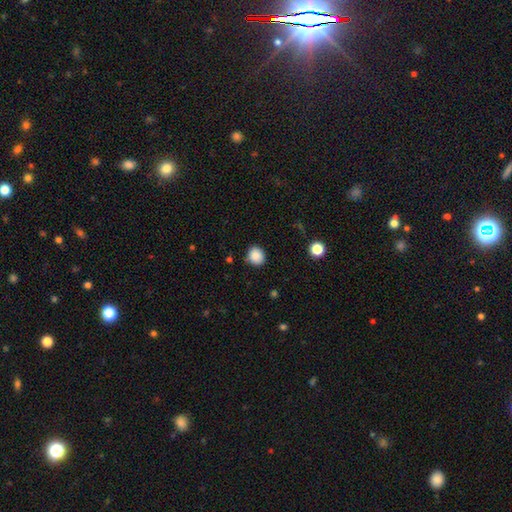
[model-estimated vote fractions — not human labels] Smooth or featured: smooth — 87% (star or artifact — 9%)
How rounded: round — 77% (in between — 22%)
Merging: none — 84% (minor disturbance — 11%)